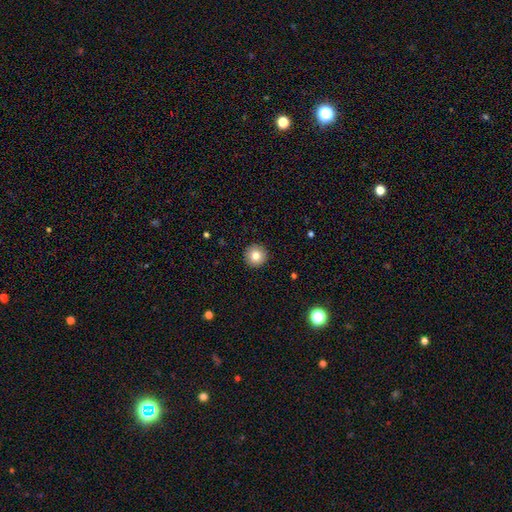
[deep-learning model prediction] smooth-or-featured: smooth: 81% | featured or disk: 10% | star or artifact: 9%
  how-rounded: round: 96% | in between: 3% | cigar-shaped: 1%
  merging: none: 93% | minor disturbance: 4% | major disturbance: 1% | merger: 1%